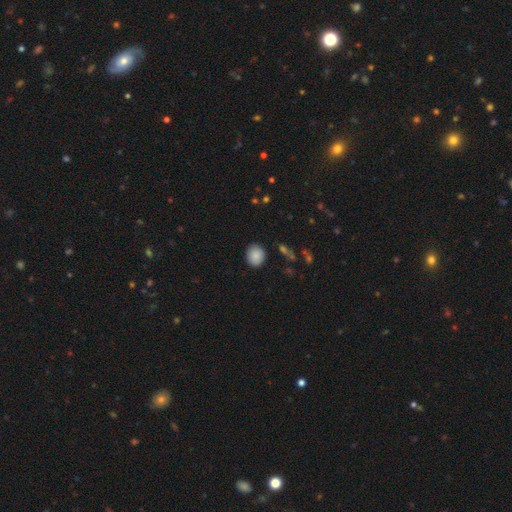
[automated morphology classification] Overall: smooth (87%). How rounded: round (67%; in between 32%). Merging: none (85%).